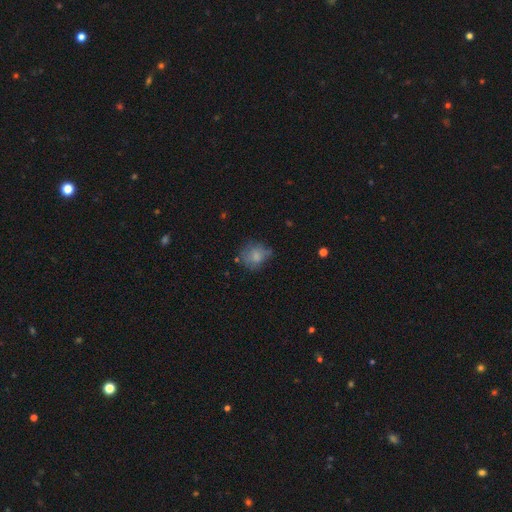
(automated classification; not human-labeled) Smooth or featured? smooth (70%)
How rounded? round (65%)
Merging? none (54%)